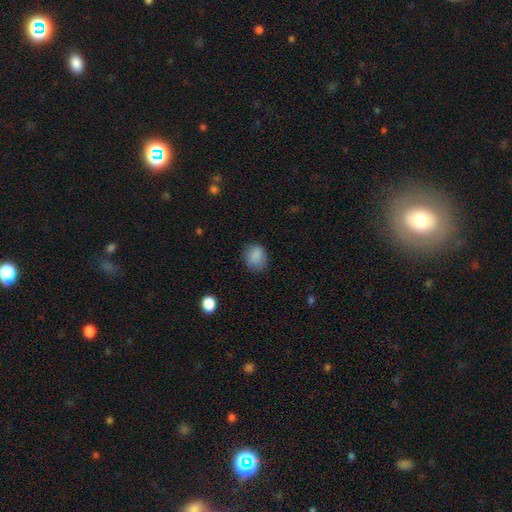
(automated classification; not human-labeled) Smooth or featured?
  - smooth: 86% *
  - star or artifact: 10%
  - featured or disk: 5%
How rounded?
  - round: 59% *
  - in between: 40%
  - cigar-shaped: 1%
Merging?
  - none: 76% *
  - minor disturbance: 18%
  - major disturbance: 5%
  - merger: 1%